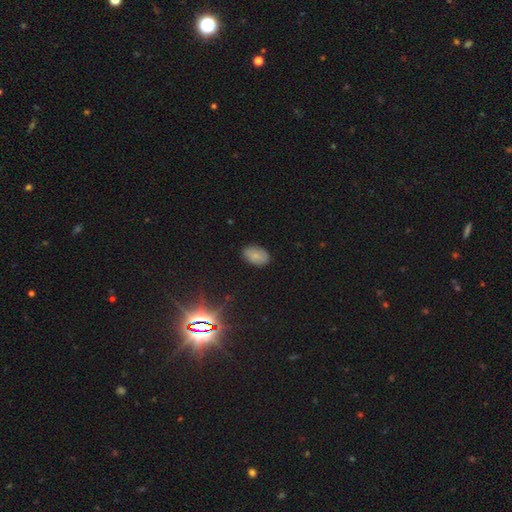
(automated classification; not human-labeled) smooth_or_featured: smooth (p=0.77) [alt: featured or disk p=0.12]
how_rounded: in between (p=0.89) [alt: round p=0.10]
merging: none (p=0.81) [alt: minor disturbance p=0.15]